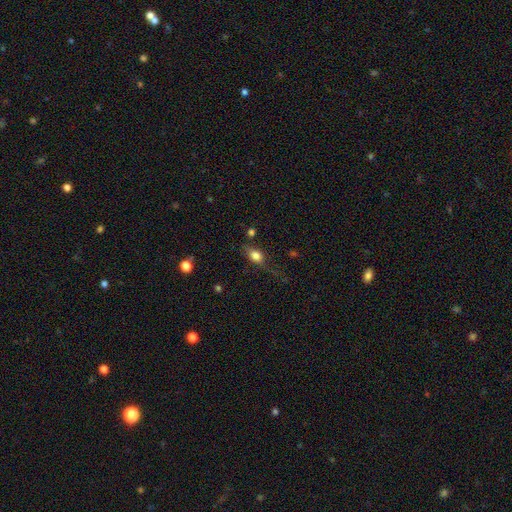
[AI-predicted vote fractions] Smooth or featured? smooth (75%)
How rounded? in between (70%)
Merging? none (55%)